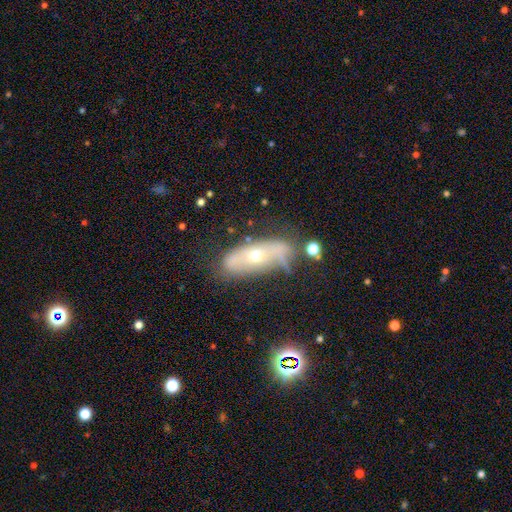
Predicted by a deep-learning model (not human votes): Overall: featured or disk (57%; smooth 33%). Edge-on disk: no (73%). Merging: none (49%; minor disturbance 28%).